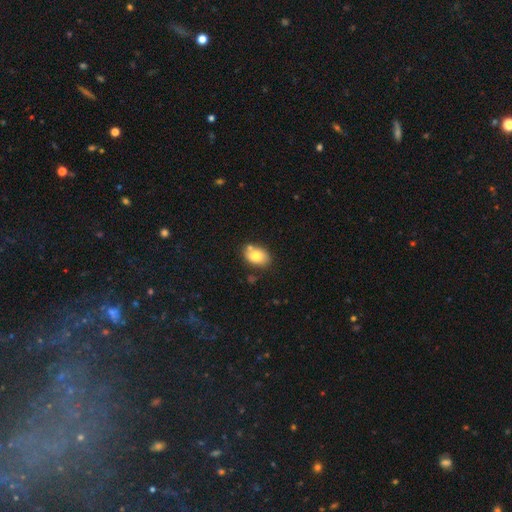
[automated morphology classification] A smooth galaxy with no disk features (78%) that is in between round and cigar-shaped (82%). Merging: none (70%).